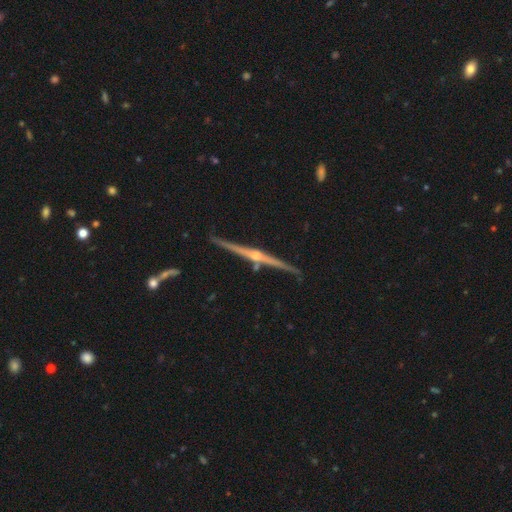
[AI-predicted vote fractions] Smooth or featured? Predicted: featured or disk (p=0.89). Edge-on disk? Predicted: yes (p=0.98). Edge-on bulge? Predicted: rounded (p=0.91). Merging? Predicted: none (p=0.84).